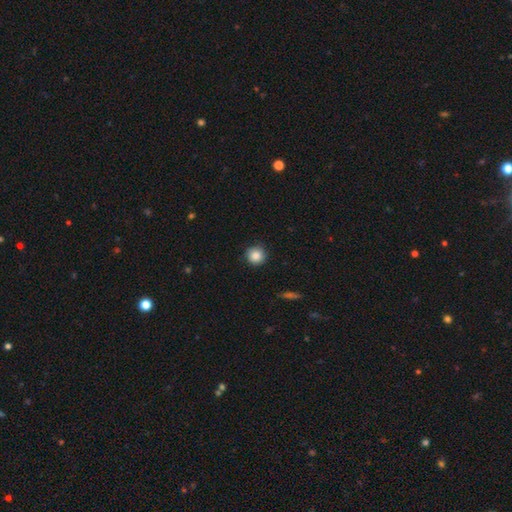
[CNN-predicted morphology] smooth_or_featured: smooth (p=0.86) [alt: star or artifact p=0.09]
how_rounded: round (p=0.94) [alt: in between p=0.05]
merging: none (p=0.87) [alt: minor disturbance p=0.10]